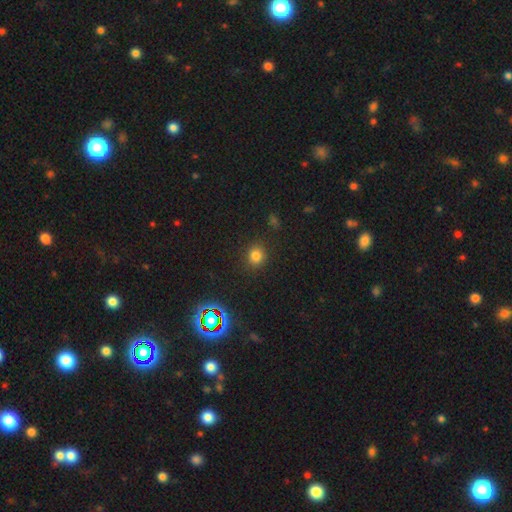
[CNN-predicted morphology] Overall: smooth (78%). How rounded: round (86%). Merging: none (89%).